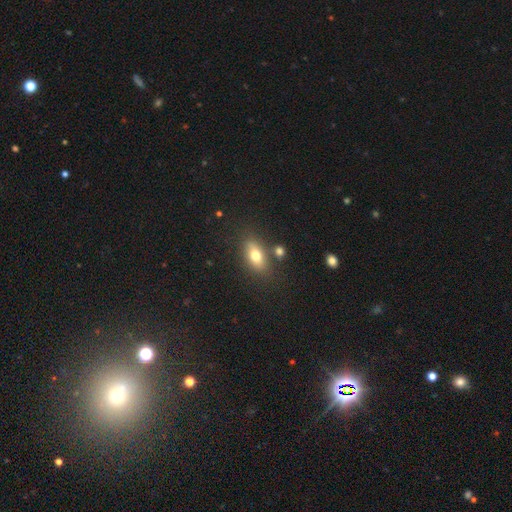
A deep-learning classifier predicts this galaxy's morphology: This appears to be a smooth galaxy with no disk features (73%) that is in between round and cigar-shaped (81%). Merging: none (73%).